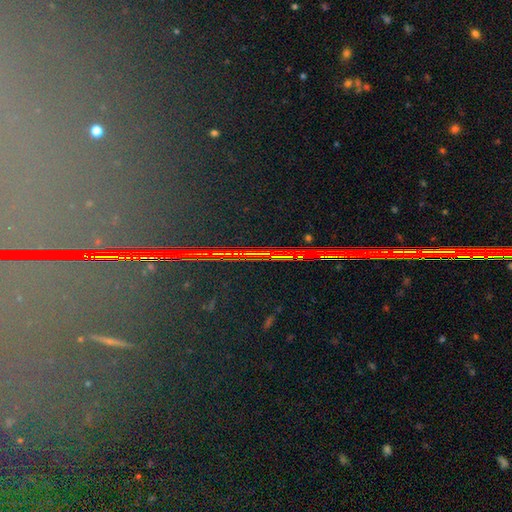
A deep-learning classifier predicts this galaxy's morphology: The model was most divided on "smooth or featured": star or artifact: 85%, featured or disk: 8%, smooth: 7%.